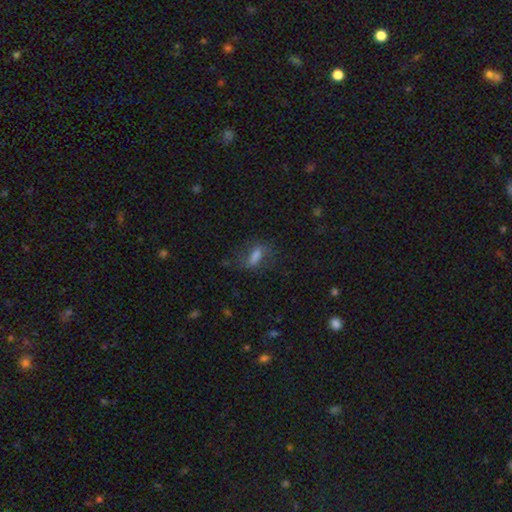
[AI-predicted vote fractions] Morphology: type=smooth (58%); roundness=in between (60%); merging=none (63%).